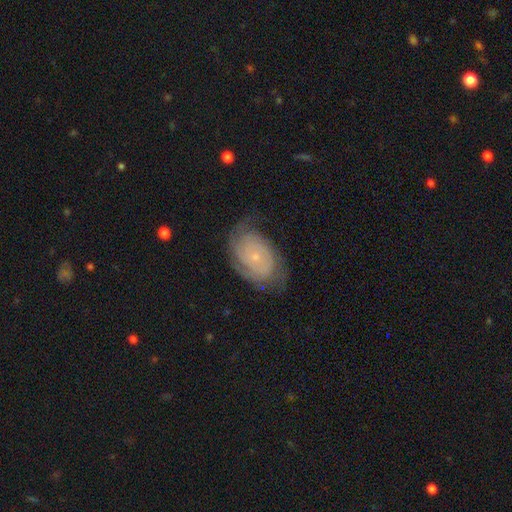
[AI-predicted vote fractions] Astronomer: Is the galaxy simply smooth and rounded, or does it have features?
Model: featured or disk — 75%.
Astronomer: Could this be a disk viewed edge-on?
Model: no — 97%.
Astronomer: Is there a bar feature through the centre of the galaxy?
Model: no — 80%.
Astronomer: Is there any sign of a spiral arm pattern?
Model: yes — 92%.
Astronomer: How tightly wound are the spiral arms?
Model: tight — 65%.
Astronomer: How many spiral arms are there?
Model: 2 — 39% (runner-up: can't tell, 34%).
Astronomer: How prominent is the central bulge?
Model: small — 81%.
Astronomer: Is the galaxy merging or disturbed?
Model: none — 64%.